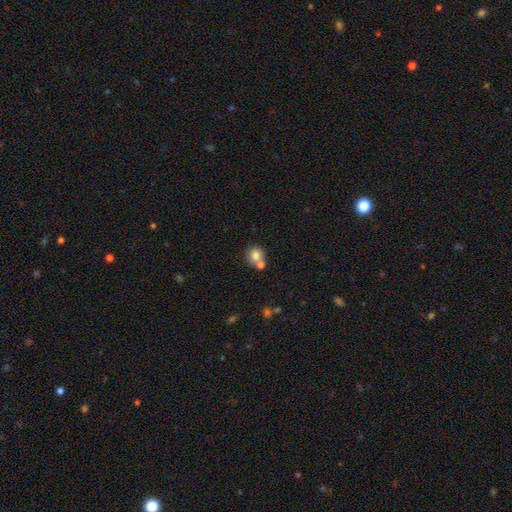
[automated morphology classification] This appears to be a smooth galaxy with no disk features (78%) that is round (83%). Merging: none (51%).